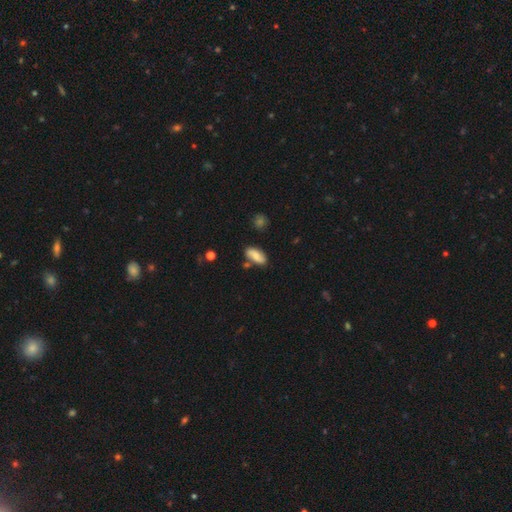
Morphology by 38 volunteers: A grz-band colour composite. It shows a smooth galaxy with no disk features (63%) that is in between round and cigar-shaped (83%). Merging: none (78%).